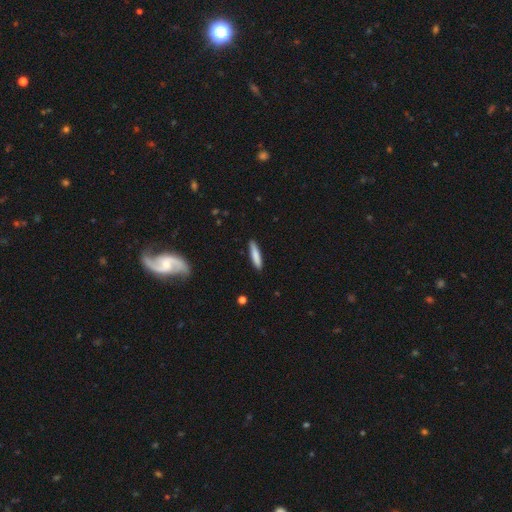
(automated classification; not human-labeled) smooth-or-featured: smooth: 83% | featured or disk: 11% | star or artifact: 6%
  how-rounded: cigar-shaped: 86% | in between: 13% | round: 1%
  merging: none: 90% | minor disturbance: 8% | major disturbance: 2% | merger: 1%